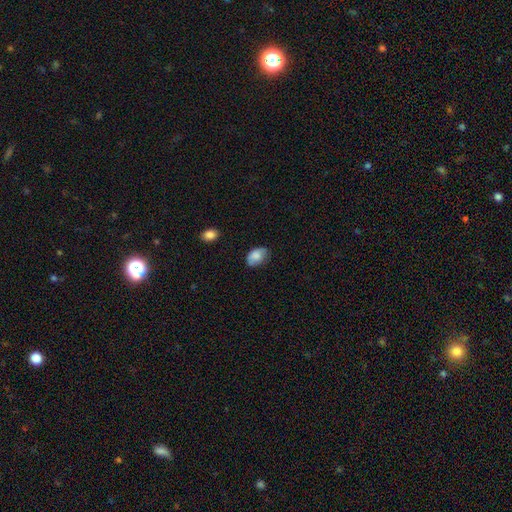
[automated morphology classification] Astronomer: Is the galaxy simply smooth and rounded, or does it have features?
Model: smooth — 81%.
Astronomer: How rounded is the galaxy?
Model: in between — 87%.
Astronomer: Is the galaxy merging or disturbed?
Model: none — 68%.